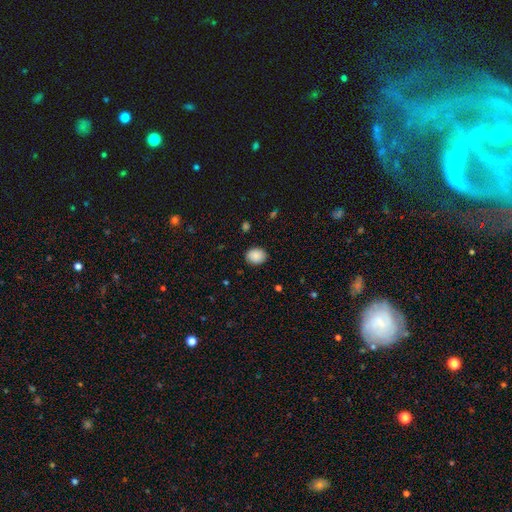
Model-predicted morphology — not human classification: Smooth or featured? Predicted: smooth (p=0.88). How rounded? Predicted: round (p=0.59). Merging? Predicted: none (p=0.88).